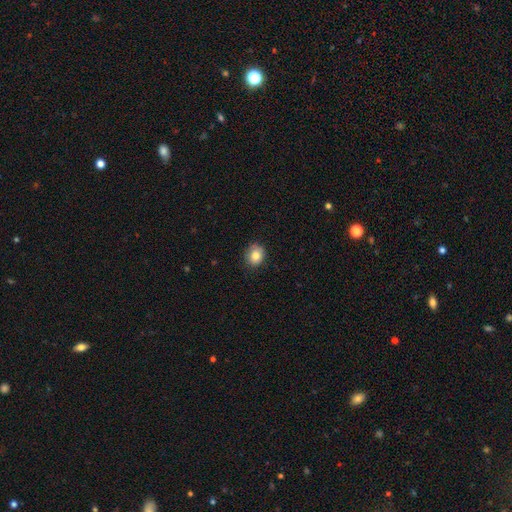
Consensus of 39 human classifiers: Smooth or featured? smooth (87%)
How rounded? round (71%)
Merging? none (73%)